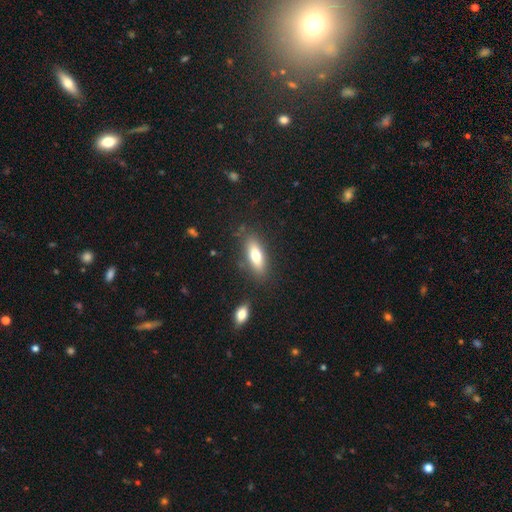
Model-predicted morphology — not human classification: Overall: smooth (69%). How rounded: in between (64%; cigar-shaped 33%). Merging: none (81%).